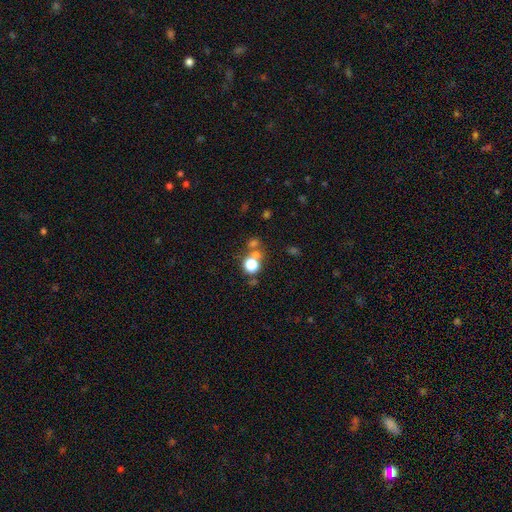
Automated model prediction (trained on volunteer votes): Smooth or featured?
  - smooth: 65% *
  - star or artifact: 24%
  - featured or disk: 10%
How rounded?
  - round: 85% *
  - in between: 14%
  - cigar-shaped: 1%
Merging?
  - none: 55% *
  - merger: 31%
  - minor disturbance: 8%
  - major disturbance: 6%